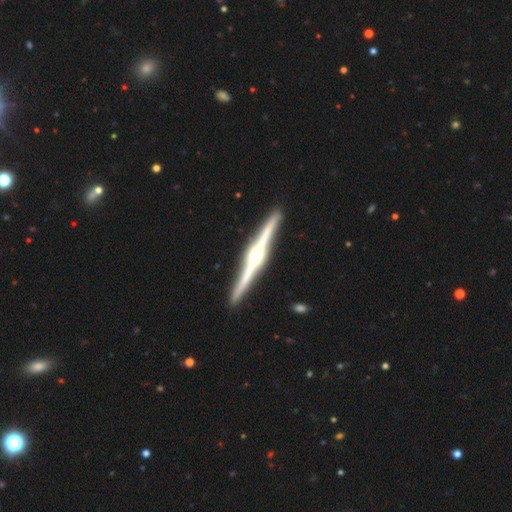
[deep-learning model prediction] A featured or disk galaxy (89%) viewed edge-on (99%) with a rounded central bulge (80%).

Vote fractions:
- Smooth or featured? featured or disk: 89% / smooth: 7% / star or artifact: 4%
- Edge-on disk? yes: 99% / no: 1%
- Edge-on bulge? rounded: 80% / boxy: 13% / none: 6%
- Merging? none: 92% / minor disturbance: 6% / major disturbance: 1% / merger: 1%